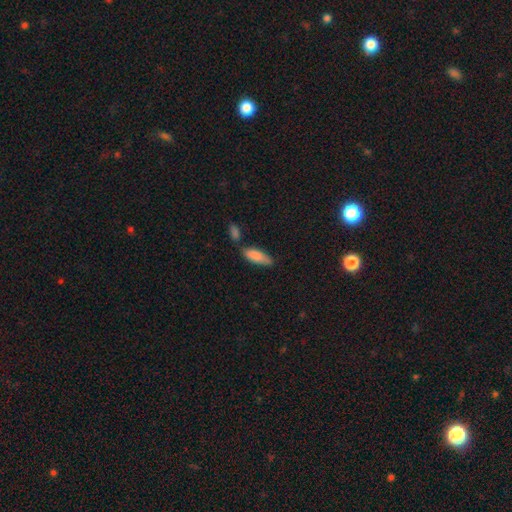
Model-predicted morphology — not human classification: type=smooth (85%); roundness=in between (65%); merging=none (59%).